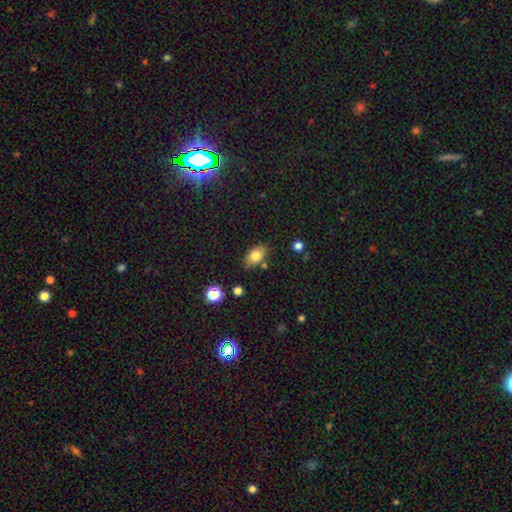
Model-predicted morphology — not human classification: smooth-or-featured: smooth: 79% | featured or disk: 12% | star or artifact: 9%
  how-rounded: in between: 86% | round: 11% | cigar-shaped: 2%
  merging: none: 78% | minor disturbance: 14% | merger: 5% | major disturbance: 3%